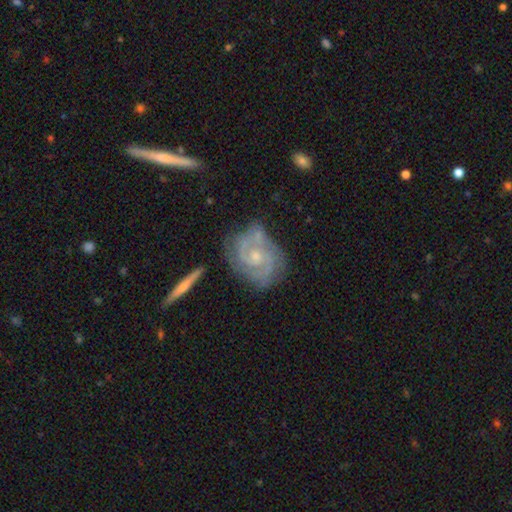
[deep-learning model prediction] This appears to be a featured or disk galaxy (85%) with no bar (65%), 2 (51%) tight (58%) spiral arms (96%) and a small central bulge (51%). Merging: none (68%).